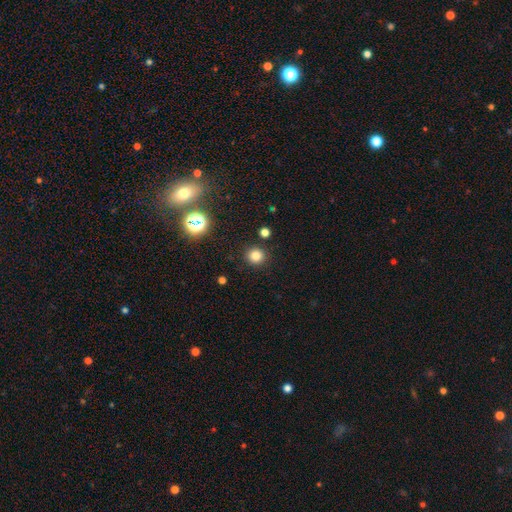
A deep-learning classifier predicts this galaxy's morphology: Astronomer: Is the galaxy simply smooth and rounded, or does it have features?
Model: smooth — 78%.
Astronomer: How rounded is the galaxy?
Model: round — 92%.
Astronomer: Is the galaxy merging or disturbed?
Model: none — 90%.